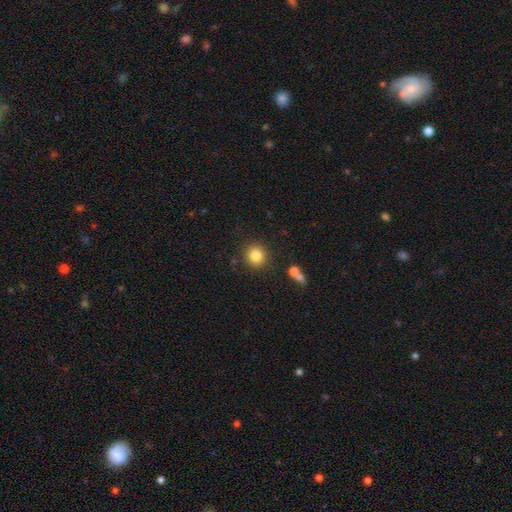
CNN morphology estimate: This is clearly a smooth galaxy (83%). How rounded: clearly round (90%). Merging: clearly none (86%).